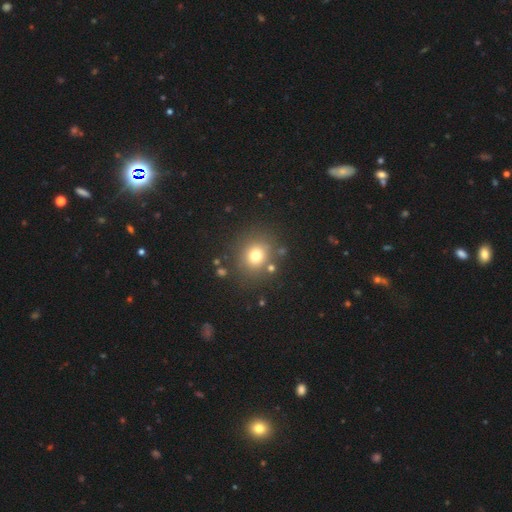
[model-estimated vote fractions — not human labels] The model was most divided on "smooth or featured": smooth: 74%, star or artifact: 16%, featured or disk: 10%. More confident: how rounded — round (83%); merging — none (81%).